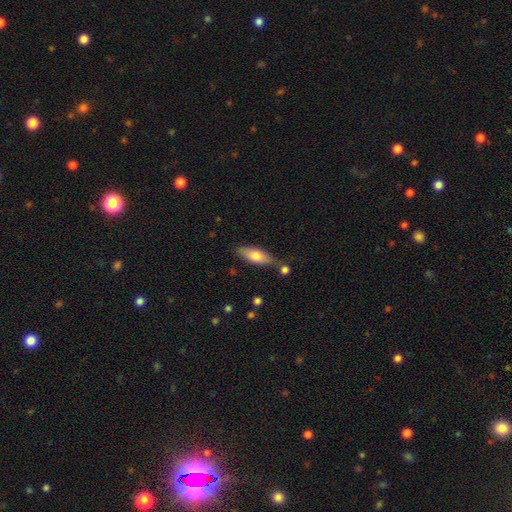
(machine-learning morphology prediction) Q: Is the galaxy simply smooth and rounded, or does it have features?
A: smooth — 69%.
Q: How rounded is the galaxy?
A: in between — 66%.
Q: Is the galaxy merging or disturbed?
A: none — 70%.